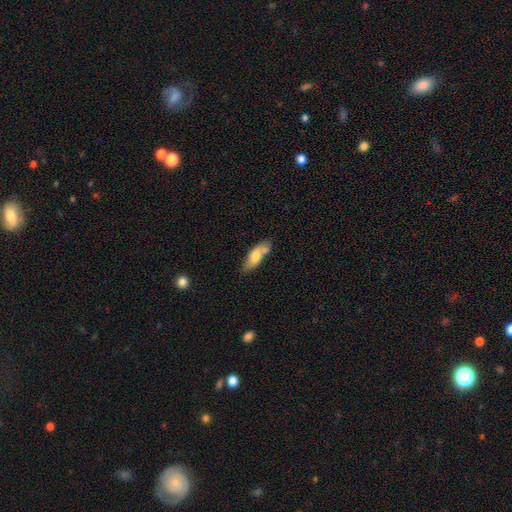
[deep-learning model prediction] Overall: smooth (68%). How rounded: in between (66%; cigar-shaped 31%). Merging: none (53%; merger 21%).